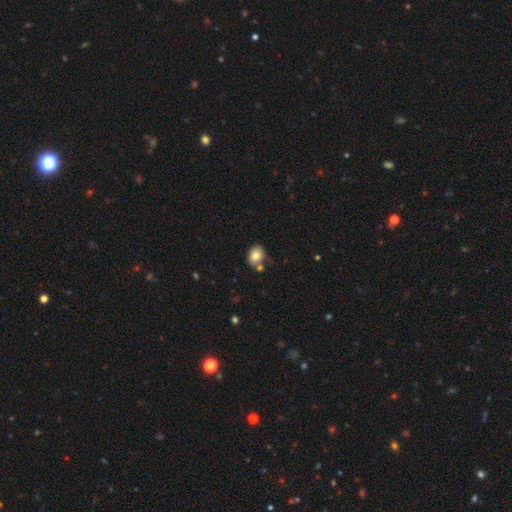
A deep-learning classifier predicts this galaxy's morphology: smooth_or_featured: smooth (p=0.81) [alt: featured or disk p=0.10]
how_rounded: in between (p=0.59) [alt: round p=0.40]
merging: none (p=0.70) [alt: merger p=0.14]